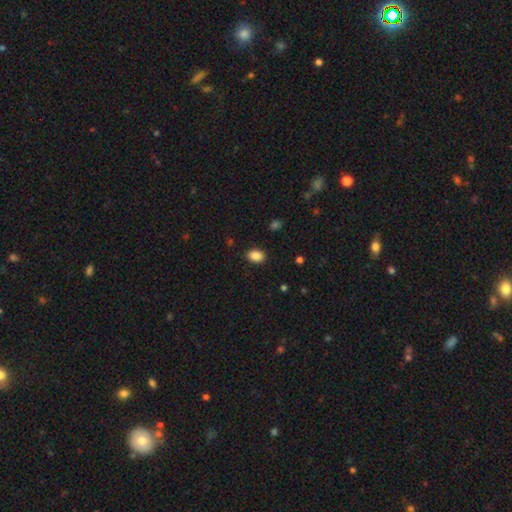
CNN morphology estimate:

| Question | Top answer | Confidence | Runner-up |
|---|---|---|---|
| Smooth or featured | smooth | 88% | star or artifact (9%) |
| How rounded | in between | 80% | round (19%) |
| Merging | none | 88% | minor disturbance (8%) |